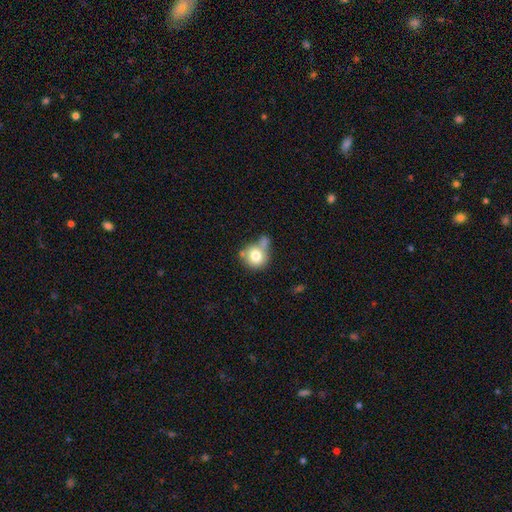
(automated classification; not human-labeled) A smooth galaxy with no disk features (75%) that is round (86%). Merging: none (43%).